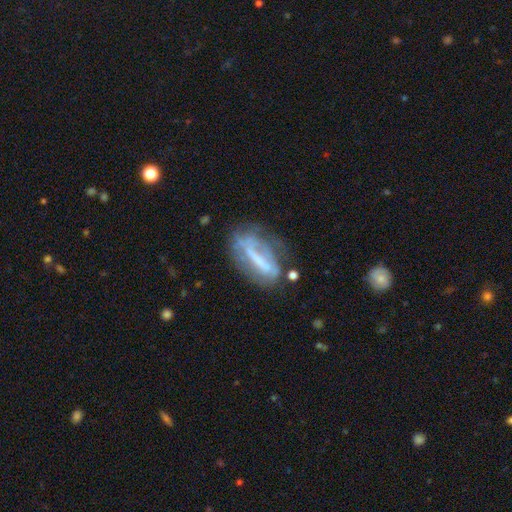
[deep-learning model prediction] This appears to be a featured or disk galaxy (61%). Merging: none (55%).